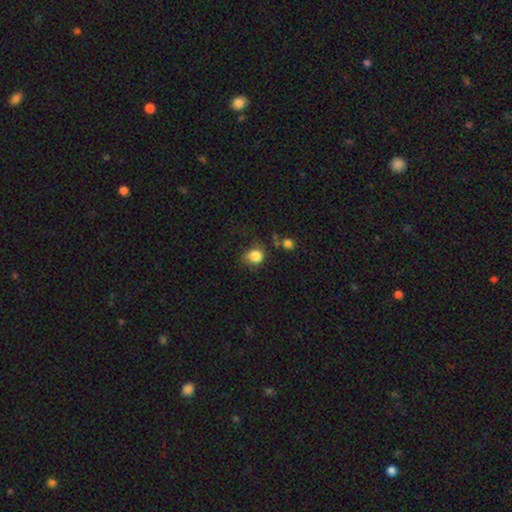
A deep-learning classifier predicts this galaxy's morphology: Smooth or featured?
  - smooth: 84% *
  - star or artifact: 10%
  - featured or disk: 6%
How rounded?
  - round: 68% *
  - in between: 32%
  - cigar-shaped: 1%
Merging?
  - none: 57% *
  - minor disturbance: 26%
  - major disturbance: 11%
  - merger: 5%